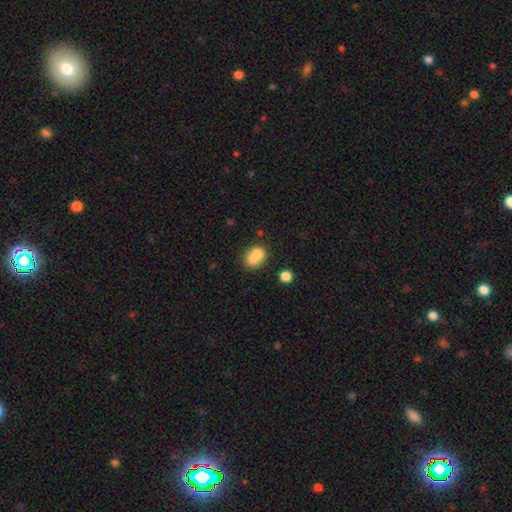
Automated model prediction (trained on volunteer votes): Smooth or featured? Predicted: smooth (p=0.71). How rounded? Predicted: round (p=0.63). Merging? Predicted: merger (p=0.62).